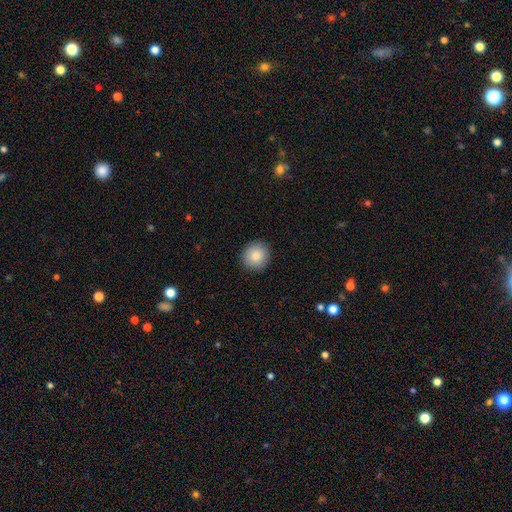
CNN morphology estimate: This is clearly a smooth galaxy (85%). How rounded: clearly round (91%). Merging: clearly none (91%).